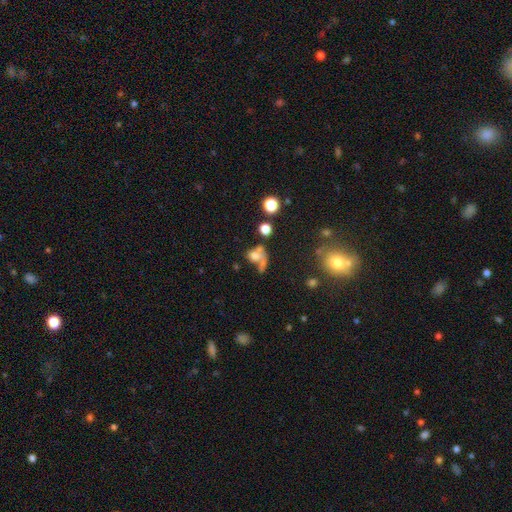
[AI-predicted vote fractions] This is possibly a smooth galaxy (57%). How rounded: possibly round (51%). Merging: marginally merger (37%).